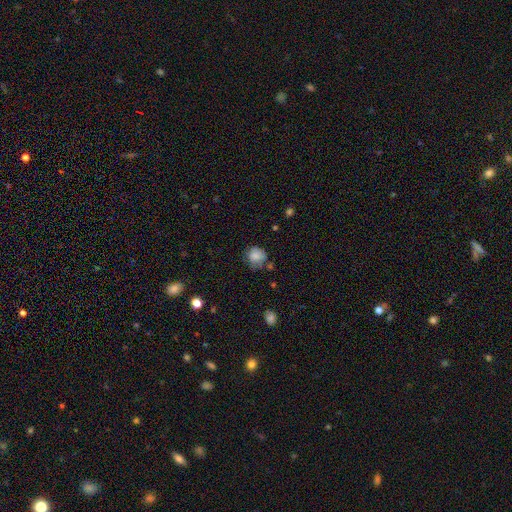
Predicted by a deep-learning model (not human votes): A smooth galaxy with no disk features (78%) that is round (76%).

Vote fractions:
- Smooth or featured? smooth: 78% / featured or disk: 12% / star or artifact: 10%
- How rounded? round: 76% / in between: 24% / cigar-shaped: 1%
- Merging? none: 54% / minor disturbance: 30% / major disturbance: 11% / merger: 5%